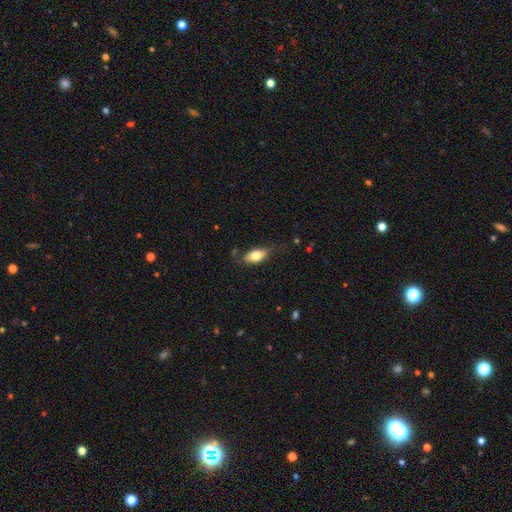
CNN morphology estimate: Smooth or featured? smooth (72%)
How rounded? in between (86%)
Merging? none (67%)